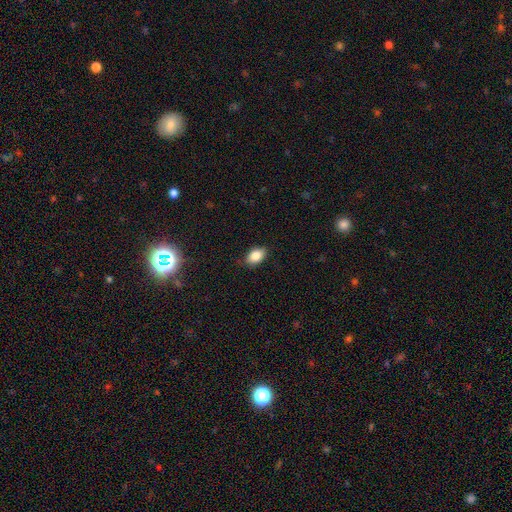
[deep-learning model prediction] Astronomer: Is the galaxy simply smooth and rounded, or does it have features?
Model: smooth — 85%.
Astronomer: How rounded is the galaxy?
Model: in between — 87%.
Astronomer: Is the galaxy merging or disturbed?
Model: none — 84%.